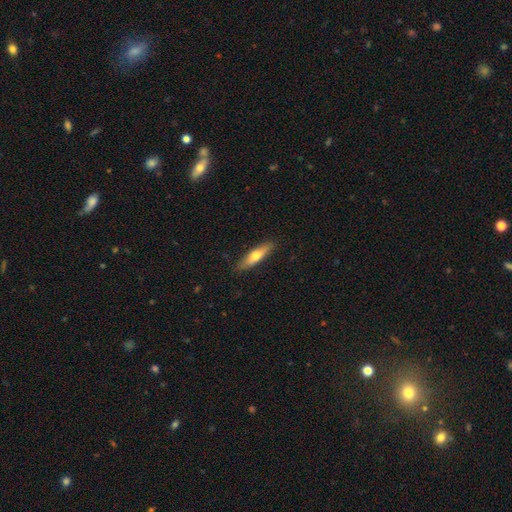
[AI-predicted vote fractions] A smooth galaxy with no disk features (58%) that is cigar-shaped (72%).

Vote fractions:
- Smooth or featured? smooth: 58% / featured or disk: 36% / star or artifact: 6%
- How rounded? cigar-shaped: 72% / in between: 26% / round: 2%
- Merging? none: 87% / minor disturbance: 10% / major disturbance: 2% / merger: 1%